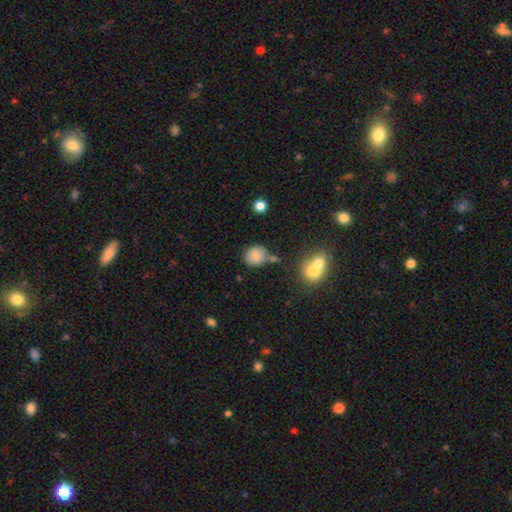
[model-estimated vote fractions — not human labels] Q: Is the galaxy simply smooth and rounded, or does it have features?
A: smooth — 81%.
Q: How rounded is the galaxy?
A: round — 82%.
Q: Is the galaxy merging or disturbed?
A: none — 71%.